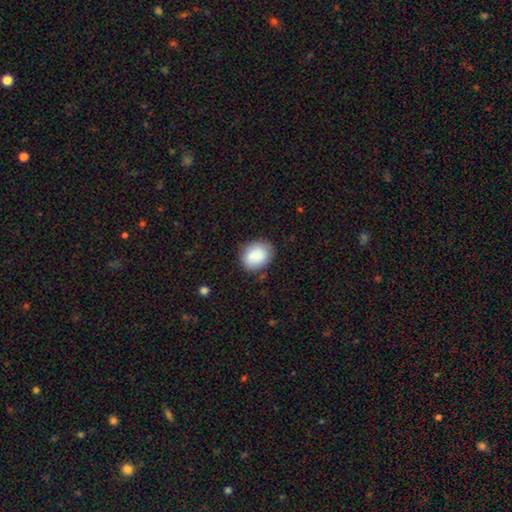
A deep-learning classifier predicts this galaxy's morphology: smooth-or-featured: smooth: 87% | star or artifact: 7% | featured or disk: 6%
  how-rounded: round: 50% | in between: 49% | cigar-shaped: 1%
  merging: none: 80% | minor disturbance: 15% | major disturbance: 4% | merger: 2%